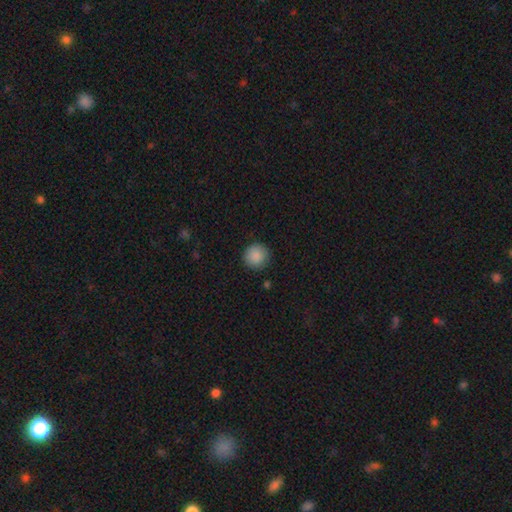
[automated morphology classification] Smooth or featured? smooth (87%)
How rounded? round (94%)
Merging? none (89%)